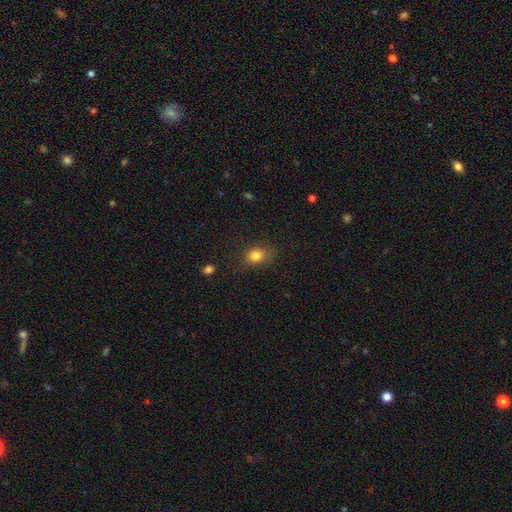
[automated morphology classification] smooth_or_featured: smooth (p=0.82) [alt: star or artifact p=0.12]
how_rounded: in between (p=0.51) [alt: round p=0.47]
merging: none (p=0.71) [alt: minor disturbance p=0.20]